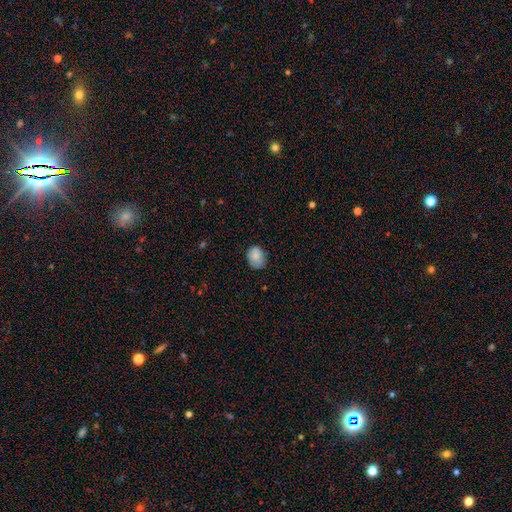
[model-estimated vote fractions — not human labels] Morphology: type=smooth (81%); roundness=in between (55%); merging=none (68%).